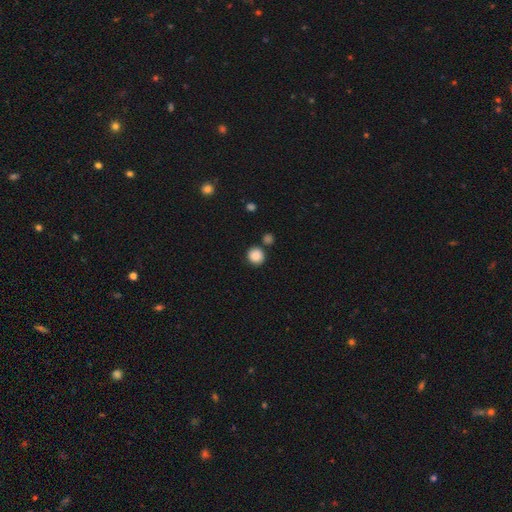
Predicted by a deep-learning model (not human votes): Q: Smooth or featured?
A: smooth (87%); runner-up: star or artifact (9%)
Q: How rounded?
A: round (92%); runner-up: in between (7%)
Q: Merging?
A: none (82%); runner-up: minor disturbance (8%)